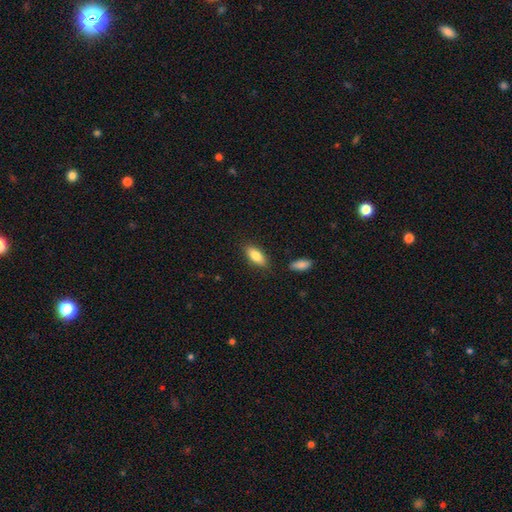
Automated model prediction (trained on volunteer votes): Smooth or featured?
  - smooth: 82% *
  - featured or disk: 12%
  - star or artifact: 7%
How rounded?
  - in between: 81% *
  - cigar-shaped: 17%
  - round: 2%
Merging?
  - none: 83% *
  - minor disturbance: 11%
  - merger: 3%
  - major disturbance: 3%